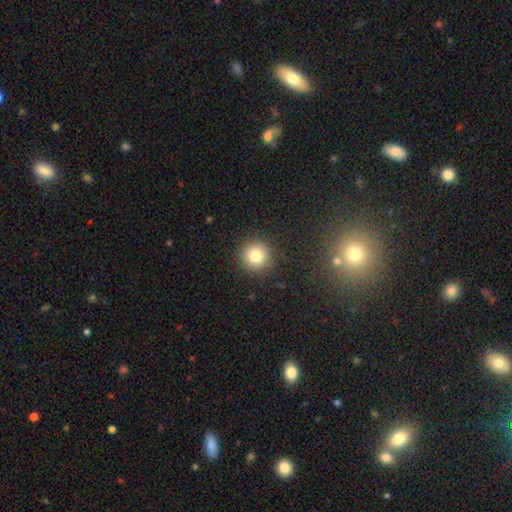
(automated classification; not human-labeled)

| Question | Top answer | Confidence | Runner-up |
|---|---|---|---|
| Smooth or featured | smooth | 80% | star or artifact (12%) |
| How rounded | round | 94% | in between (5%) |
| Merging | none | 90% | minor disturbance (6%) |